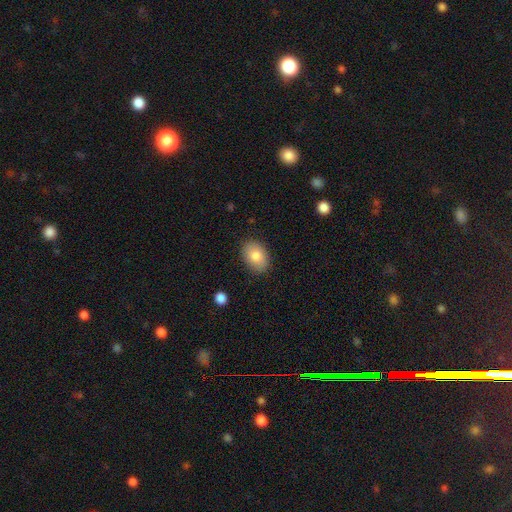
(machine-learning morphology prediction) This is clearly a smooth galaxy (83%). How rounded: likely in between (79%). Merging: clearly none (85%).